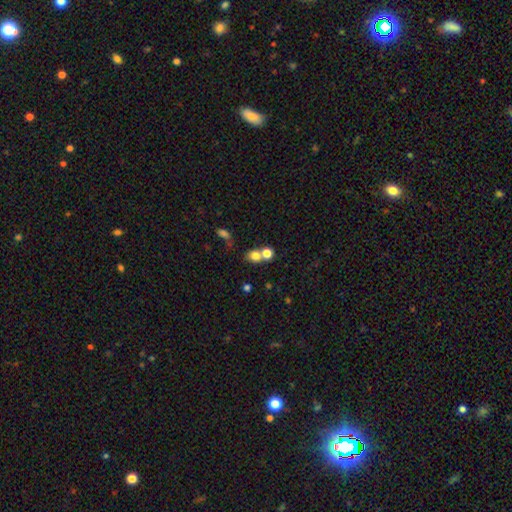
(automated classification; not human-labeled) This is likely a smooth galaxy (76%). How rounded: likely round (64%). Merging: marginally merger (44%).